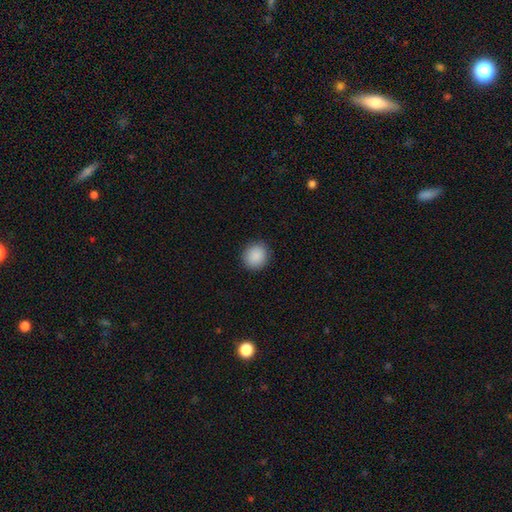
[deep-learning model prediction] This is clearly a smooth galaxy (90%). How rounded: clearly round (83%). Merging: clearly none (90%).